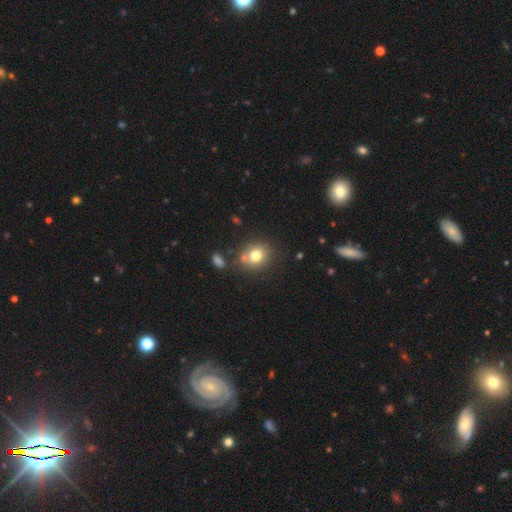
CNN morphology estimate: The model was most divided on "how rounded": round: 70%, in between: 29%, cigar-shaped: 1%. More confident: smooth or featured — smooth (75%); merging — none (64%).